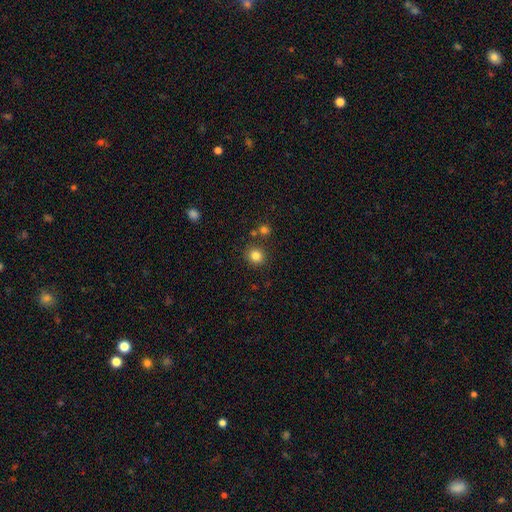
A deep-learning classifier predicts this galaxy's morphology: This appears to be a smooth galaxy with no disk features (83%) that is round (88%). Merging: none (84%).